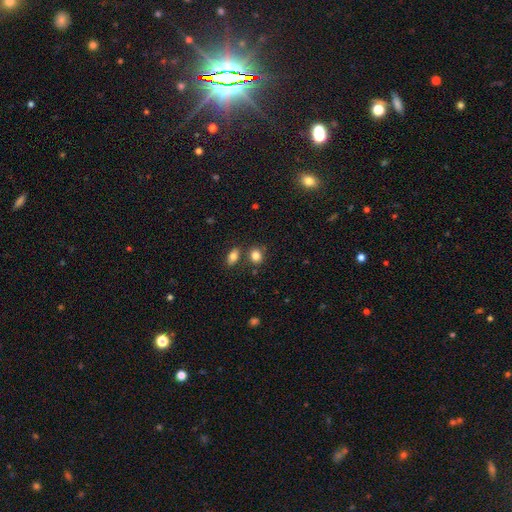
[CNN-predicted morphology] This is clearly a smooth galaxy (83%). How rounded: possibly round (51%). Merging: likely none (69%).